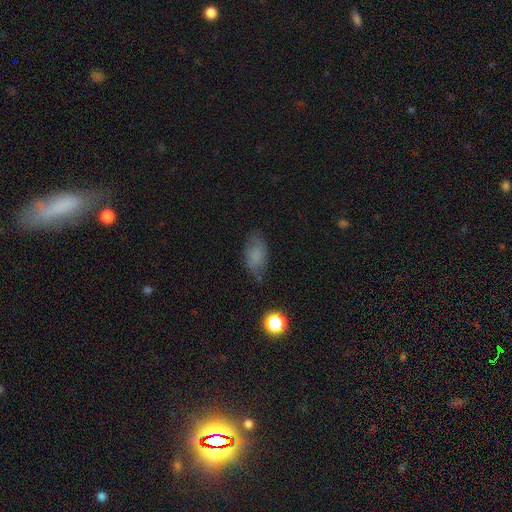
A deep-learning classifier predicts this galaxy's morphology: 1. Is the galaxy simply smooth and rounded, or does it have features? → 75% smooth, 13% featured or disk, 12% star or artifact.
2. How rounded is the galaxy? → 89% in between, 7% round, 3% cigar-shaped.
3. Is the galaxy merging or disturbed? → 67% none, 23% minor disturbance, 8% major disturbance, 2% merger.